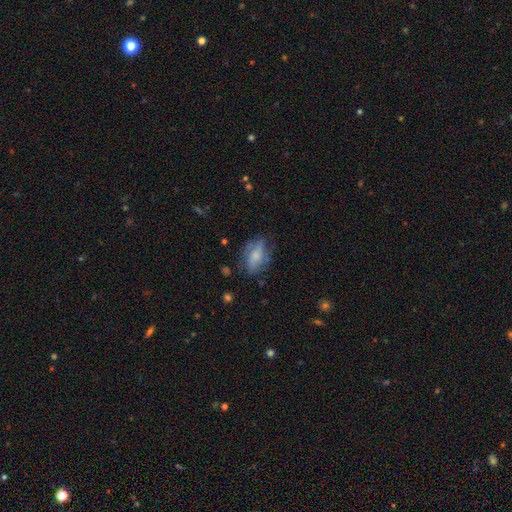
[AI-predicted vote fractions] Smooth or featured? smooth (61%)
How rounded? in between (84%)
Merging? none (60%)